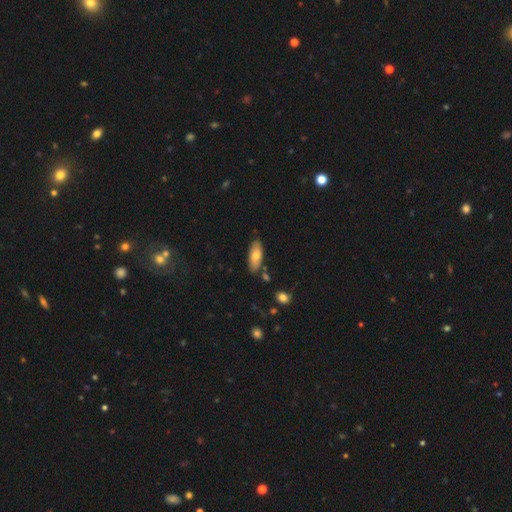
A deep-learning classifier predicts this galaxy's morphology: A smooth galaxy with no disk features (74%) that is in between round and cigar-shaped (80%).

Vote fractions:
- Smooth or featured? smooth: 74% / featured or disk: 19% / star or artifact: 6%
- How rounded? in between: 80% / cigar-shaped: 18% / round: 2%
- Merging? none: 80% / minor disturbance: 14% / merger: 4% / major disturbance: 2%